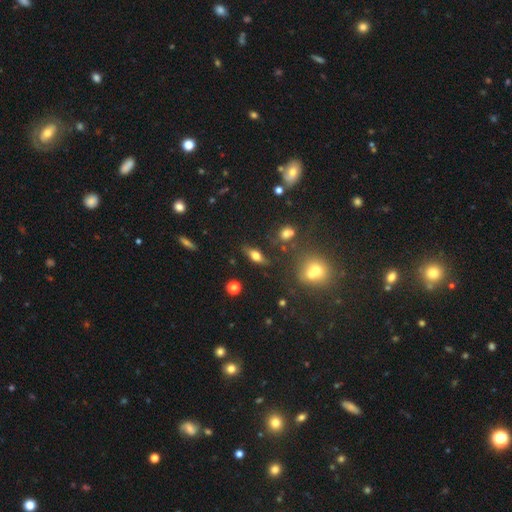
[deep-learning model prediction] Morphology: type=smooth (49%); merging=none (77%).